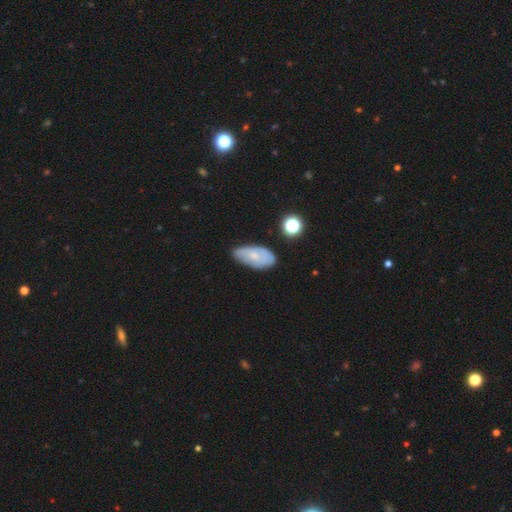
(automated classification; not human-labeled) smooth-or-featured: smooth: 54% | featured or disk: 37% | star or artifact: 8%
  how-rounded: in between: 92% | round: 4% | cigar-shaped: 4%
  merging: none: 64% | minor disturbance: 28% | major disturbance: 5% | merger: 3%